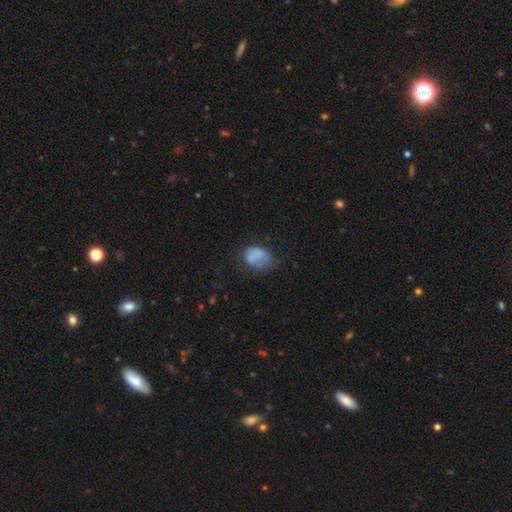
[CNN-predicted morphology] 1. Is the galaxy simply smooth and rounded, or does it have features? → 68% smooth, 22% featured or disk, 10% star or artifact.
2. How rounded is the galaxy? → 72% in between, 27% round, 1% cigar-shaped.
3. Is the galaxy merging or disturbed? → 35% none, 34% minor disturbance, 25% major disturbance, 5% merger.